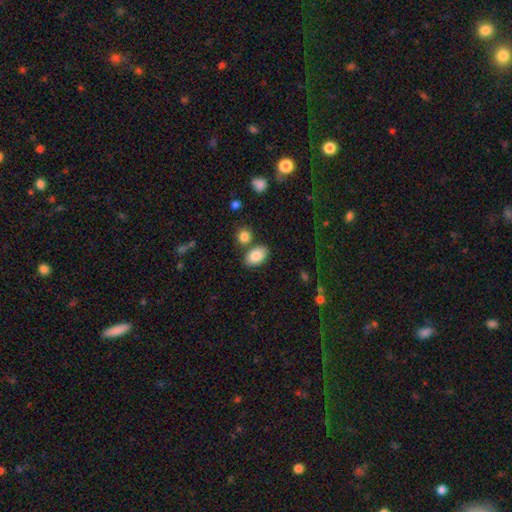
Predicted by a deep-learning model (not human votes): A smooth galaxy with no disk features (85%) that is in between round and cigar-shaped (89%). Merging: none (73%).